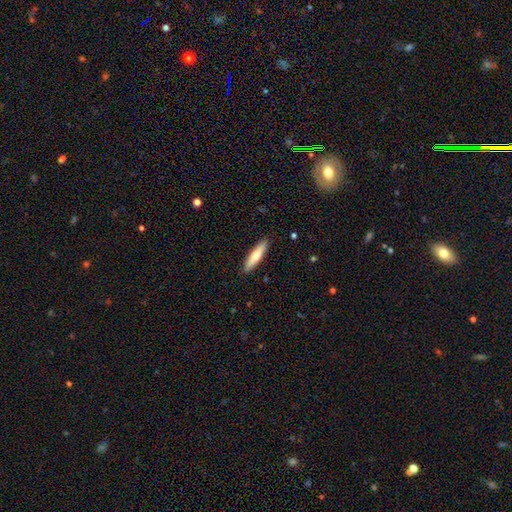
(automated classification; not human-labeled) The model was most divided on "smooth or featured": smooth: 63%, featured or disk: 32%, star or artifact: 5%. More confident: merging — none (90%); how rounded — cigar-shaped (77%).